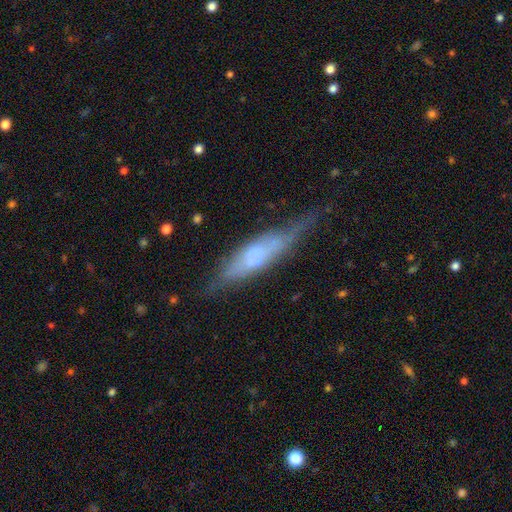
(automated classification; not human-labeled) A featured or disk galaxy (58%) viewed edge-on (78%). Merging: none (57%).